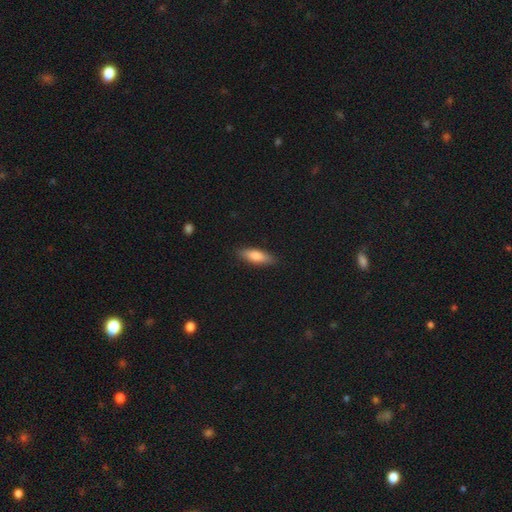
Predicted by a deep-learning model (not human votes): A smooth galaxy with no disk features (79%) that is in between round and cigar-shaped (55%).

Vote fractions:
- Smooth or featured? smooth: 79% / featured or disk: 15% / star or artifact: 6%
- How rounded? in between: 55% / cigar-shaped: 43% / round: 2%
- Merging? none: 87% / minor disturbance: 10% / major disturbance: 2% / merger: 1%